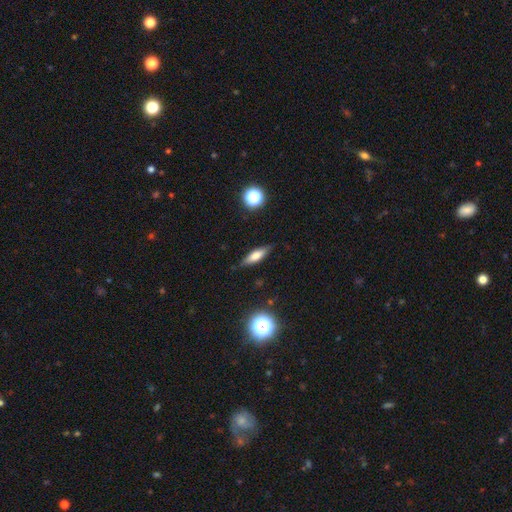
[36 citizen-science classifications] Morphology: type=featured or disk (58%); edge-on=yes (100%); edge-on bulge=rounded (86%); merging=none (91%).